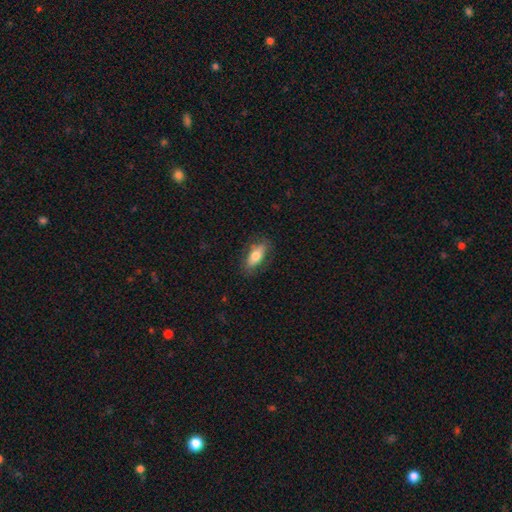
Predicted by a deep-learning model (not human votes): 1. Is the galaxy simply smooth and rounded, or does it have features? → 69% smooth, 24% featured or disk, 7% star or artifact.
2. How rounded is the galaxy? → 73% in between, 24% cigar-shaped, 3% round.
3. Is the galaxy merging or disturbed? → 80% none, 15% minor disturbance, 4% major disturbance, 1% merger.